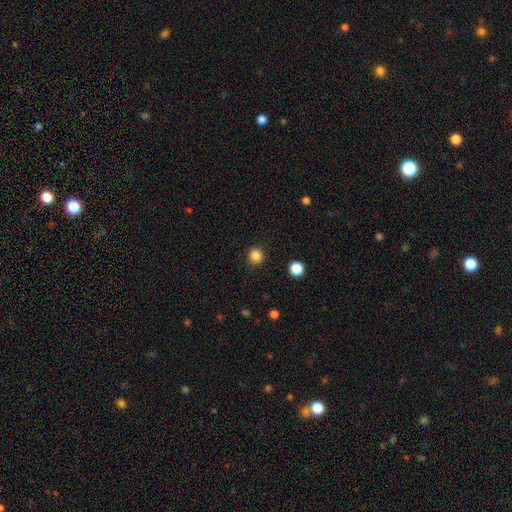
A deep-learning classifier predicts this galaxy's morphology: This appears to be a smooth galaxy with no disk features (85%) that is round (89%). Merging: none (91%).